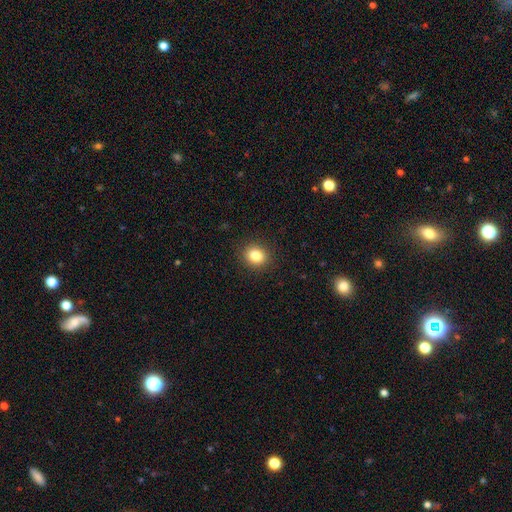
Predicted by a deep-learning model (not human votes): smooth_or_featured: smooth (p=0.83) [alt: star or artifact p=0.11]
how_rounded: round (p=0.71) [alt: in between p=0.28]
merging: none (p=0.90) [alt: minor disturbance p=0.07]